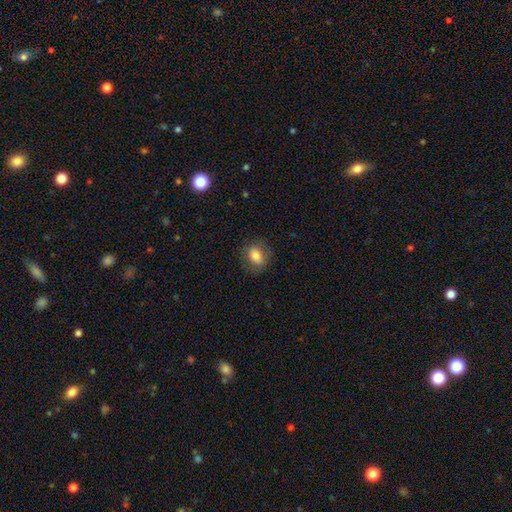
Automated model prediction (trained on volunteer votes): Smooth or featured? smooth (76%)
How rounded? in between (65%)
Merging? none (80%)